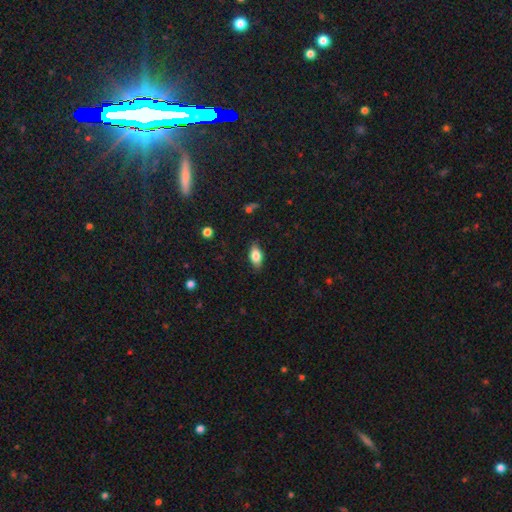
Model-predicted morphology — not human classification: The model was most divided on "smooth or featured": smooth: 77%, featured or disk: 15%, star or artifact: 8%. More confident: how rounded — in between (87%); merging — none (84%).